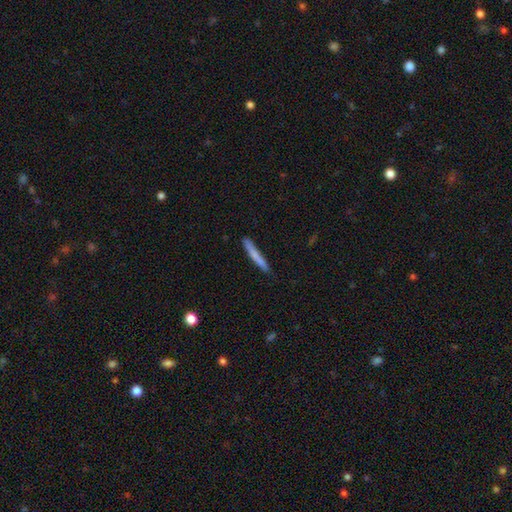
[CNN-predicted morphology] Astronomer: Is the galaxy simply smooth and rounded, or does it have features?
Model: smooth — 72%.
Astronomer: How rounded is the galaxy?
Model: cigar-shaped — 96%.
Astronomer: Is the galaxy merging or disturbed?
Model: none — 86%.